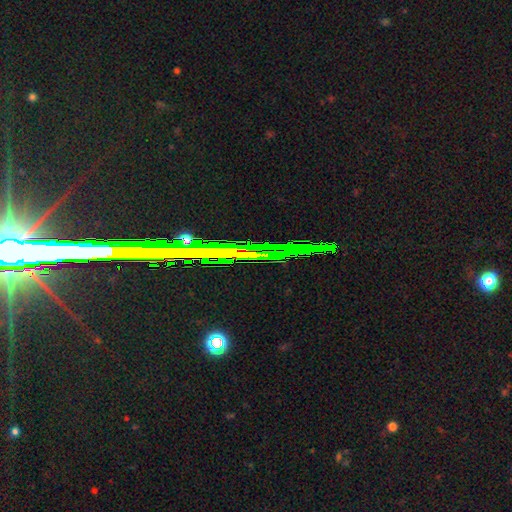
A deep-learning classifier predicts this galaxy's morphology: Smooth or featured?
  - star or artifact: 78% *
  - featured or disk: 14%
  - smooth: 9%